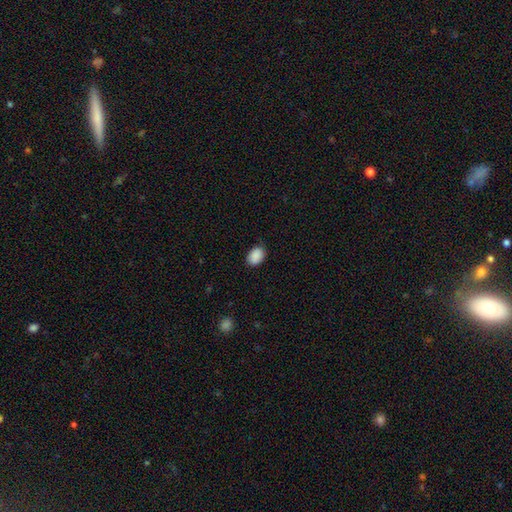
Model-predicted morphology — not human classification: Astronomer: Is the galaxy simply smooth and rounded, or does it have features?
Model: smooth — 90%.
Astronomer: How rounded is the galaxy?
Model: in between — 82%.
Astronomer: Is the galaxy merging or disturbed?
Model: none — 81%.